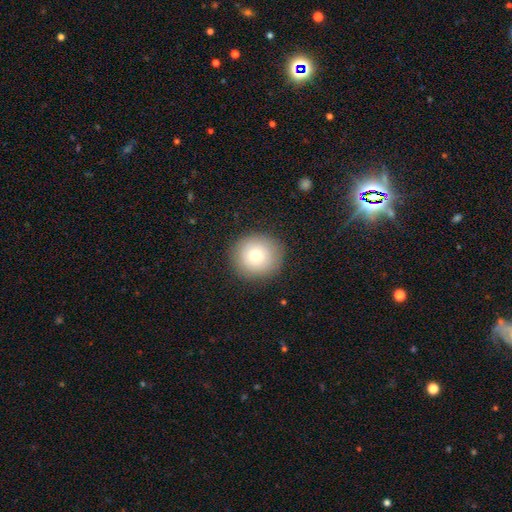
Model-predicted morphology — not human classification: Smooth or featured?
  - smooth: 76% *
  - featured or disk: 14%
  - star or artifact: 10%
How rounded?
  - round: 93% *
  - in between: 6%
  - cigar-shaped: 1%
Merging?
  - none: 88% *
  - minor disturbance: 8%
  - major disturbance: 3%
  - merger: 1%